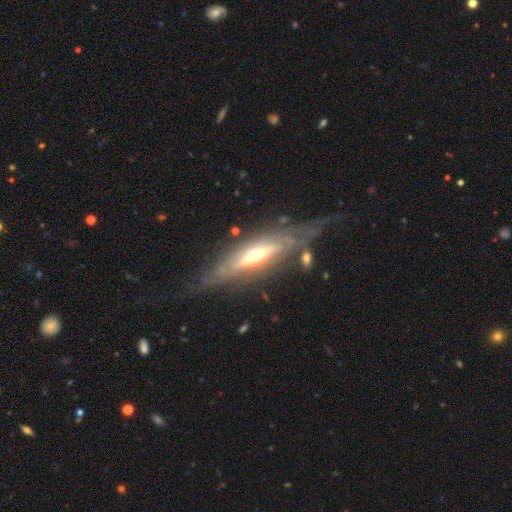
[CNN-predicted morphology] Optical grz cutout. It shows a featured or disk galaxy (81%) viewed edge-on (65%) with a rounded central bulge (83%). Merging: none (57%).